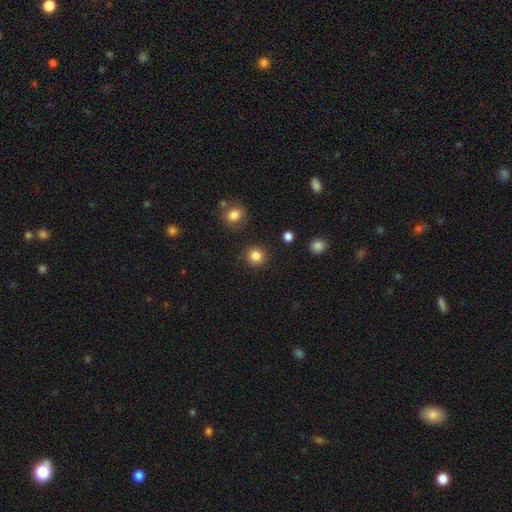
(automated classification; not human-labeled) smooth 85%, star or artifact 11%, featured or disk 4%. Down the decision tree: how rounded — round (93%); merging — none (91%).